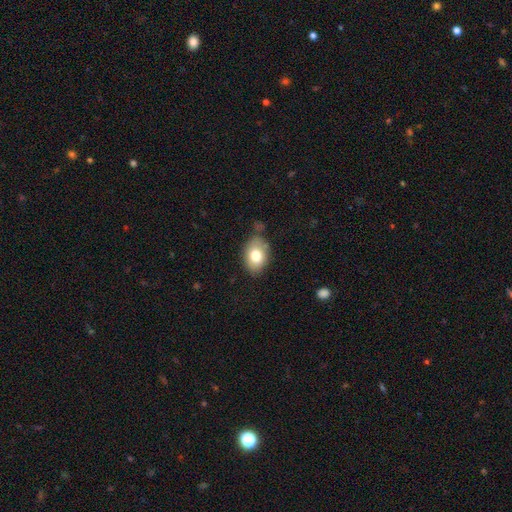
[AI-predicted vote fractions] Q: Smooth or featured?
A: smooth (78%); runner-up: featured or disk (15%)
Q: How rounded?
A: in between (82%); runner-up: round (17%)
Q: Merging?
A: none (71%); runner-up: minor disturbance (21%)